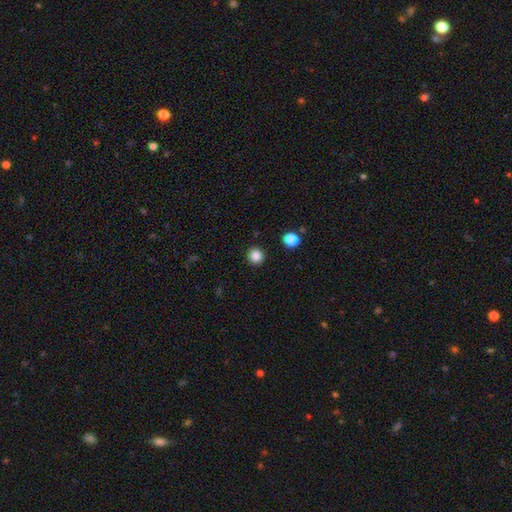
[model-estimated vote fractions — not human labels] smooth-or-featured: smooth: 86% | star or artifact: 11% | featured or disk: 3%
  how-rounded: round: 94% | in between: 5% | cigar-shaped: 1%
  merging: none: 92% | minor disturbance: 5% | major disturbance: 2% | merger: 1%